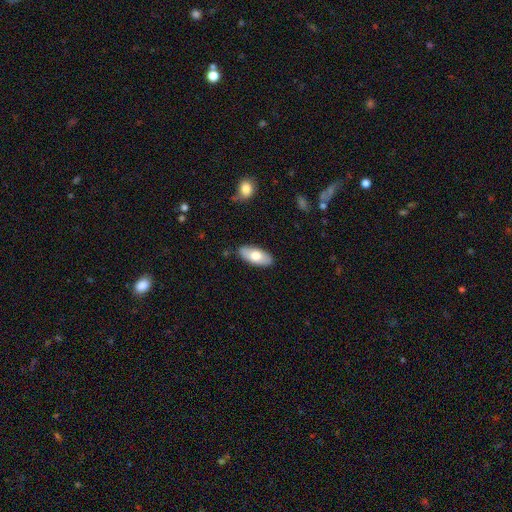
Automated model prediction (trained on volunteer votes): Smooth or featured? smooth (70%)
How rounded? in between (89%)
Merging? none (87%)